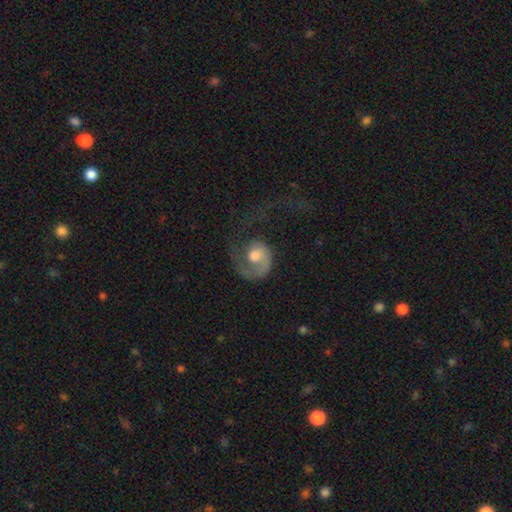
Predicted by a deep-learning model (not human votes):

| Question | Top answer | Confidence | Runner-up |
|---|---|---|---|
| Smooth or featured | featured or disk | 67% | smooth (26%) |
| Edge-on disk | no | 98% | yes (2%) |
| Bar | no | 78% | weak (19%) |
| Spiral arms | yes | 85% | no (15%) |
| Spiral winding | loose | 40% | medium (33%) |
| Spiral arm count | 1 | 88% | 2 (5%) |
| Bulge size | moderate | 58% | large (23%) |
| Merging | major disturbance | 49% | none (34%) |